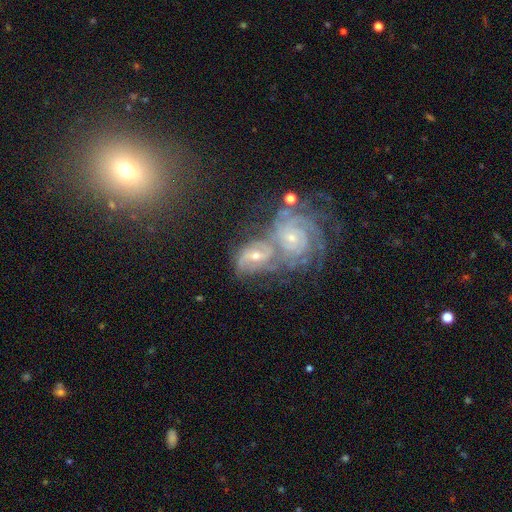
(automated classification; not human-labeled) A featured or disk galaxy (84%) with no bar (47%), 3 (28%, tied with 2) tight (63%) spiral arms (97%) and a small central bulge (59%). Merging: merger (60%).